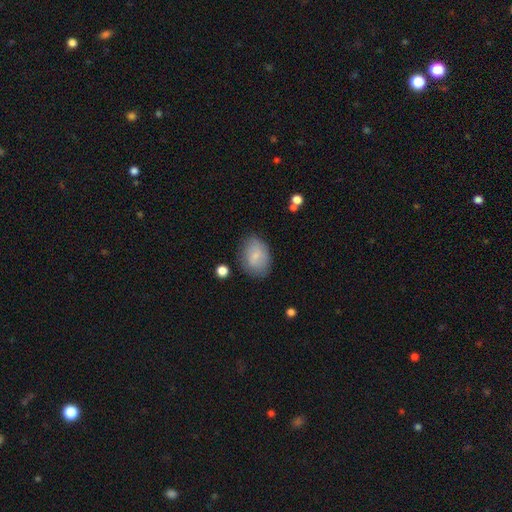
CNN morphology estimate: smooth_or_featured: smooth (p=0.72) [alt: featured or disk p=0.20]
how_rounded: in between (p=0.79) [alt: round p=0.19]
merging: none (p=0.76) [alt: minor disturbance p=0.17]